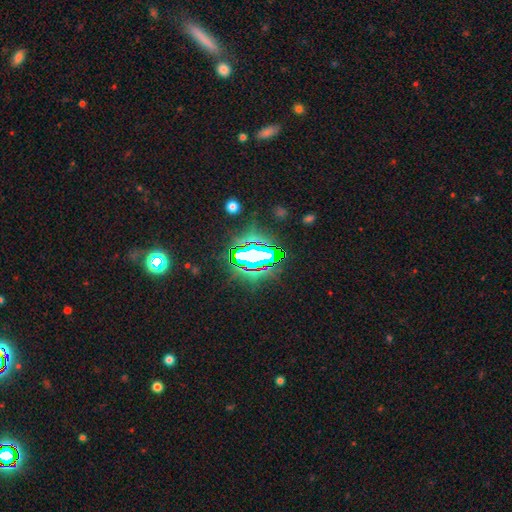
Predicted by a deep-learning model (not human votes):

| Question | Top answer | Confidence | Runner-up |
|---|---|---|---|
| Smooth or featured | star or artifact | 73% | smooth (14%) |